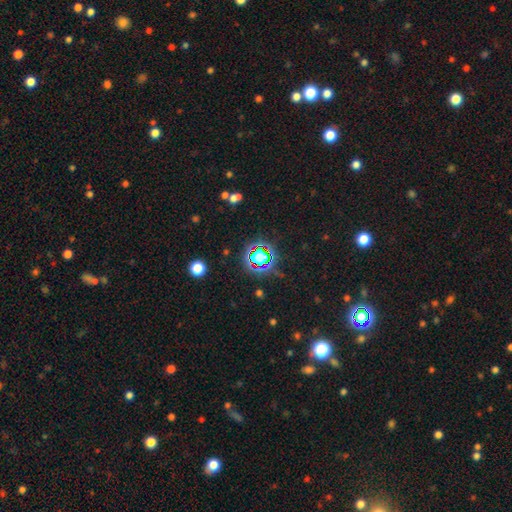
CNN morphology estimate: smooth-or-featured: star or artifact: 68% | smooth: 21% | featured or disk: 12%